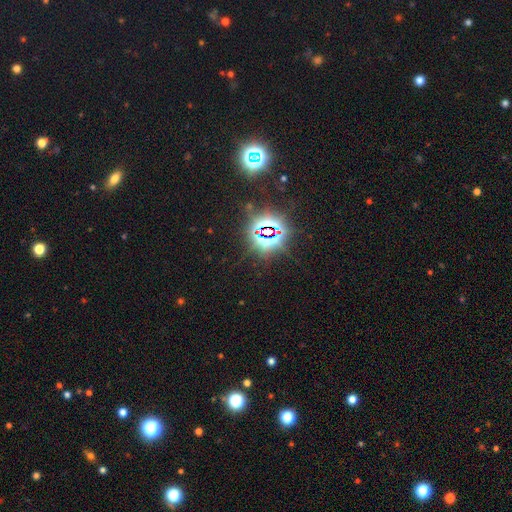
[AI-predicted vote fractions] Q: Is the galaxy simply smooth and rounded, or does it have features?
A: star or artifact — 82%.